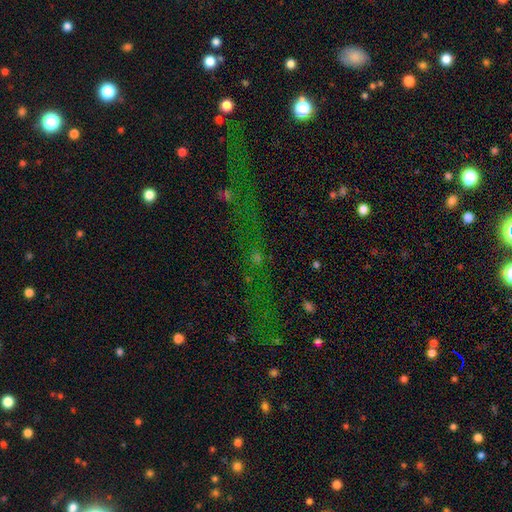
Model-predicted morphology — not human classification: Smooth or featured? Predicted: star or artifact (p=0.61).